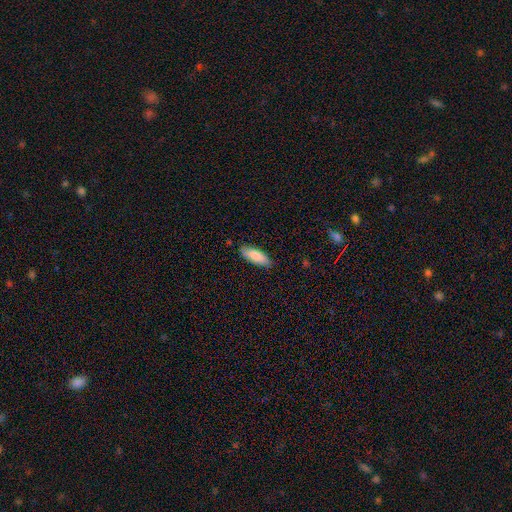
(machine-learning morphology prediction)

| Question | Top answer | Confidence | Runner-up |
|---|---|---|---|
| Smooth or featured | smooth | 83% | featured or disk (12%) |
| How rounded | in between | 63% | cigar-shaped (36%) |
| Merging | none | 84% | minor disturbance (13%) |